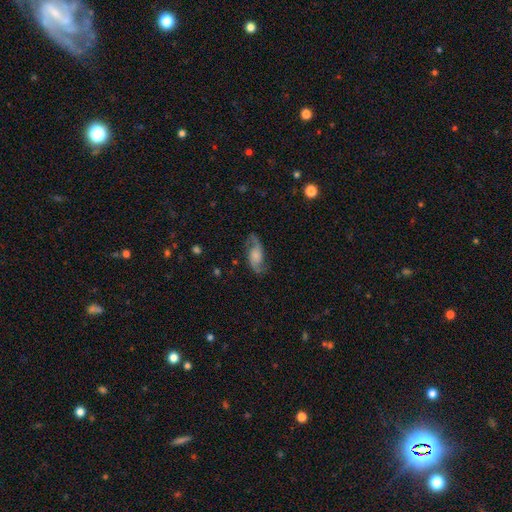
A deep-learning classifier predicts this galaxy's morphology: A featured or disk galaxy (78%) with no bar (59%), 2 (92%) loose (57%) spiral arms (95%) and a small central bulge (33%). Merging: none (74%).